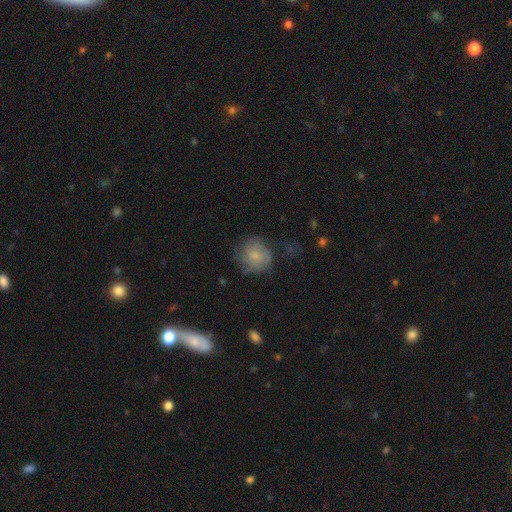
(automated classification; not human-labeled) This is likely a smooth galaxy (65%). How rounded: clearly round (83%). Merging: possibly none (56%).